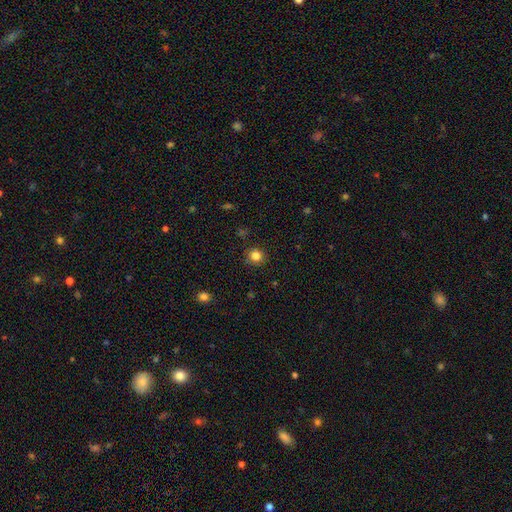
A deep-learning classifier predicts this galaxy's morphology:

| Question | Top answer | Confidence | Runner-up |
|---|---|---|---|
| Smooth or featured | smooth | 84% | star or artifact (12%) |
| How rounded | round | 91% | in between (8%) |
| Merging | none | 89% | minor disturbance (7%) |